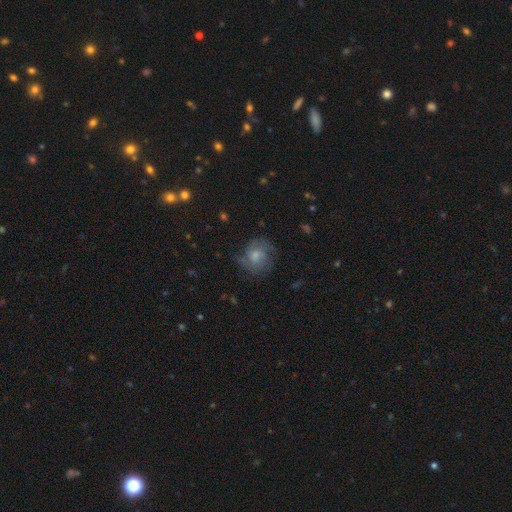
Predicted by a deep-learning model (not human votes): Morphology: type=featured or disk (51%); edge-on=no (97%); merging=none (61%).